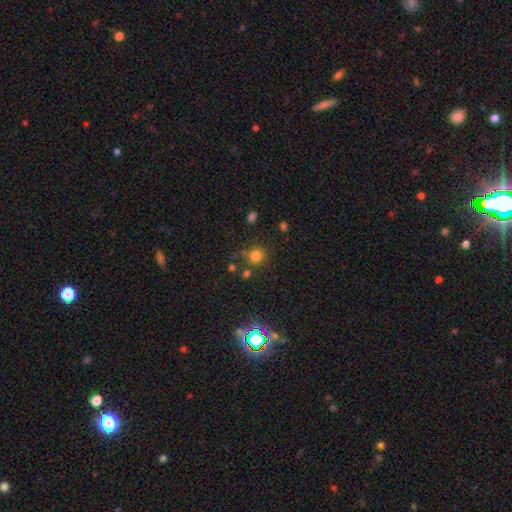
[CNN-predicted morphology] Smooth or featured? Predicted: smooth (p=0.78). How rounded? Predicted: round (p=0.90). Merging? Predicted: none (p=0.77).